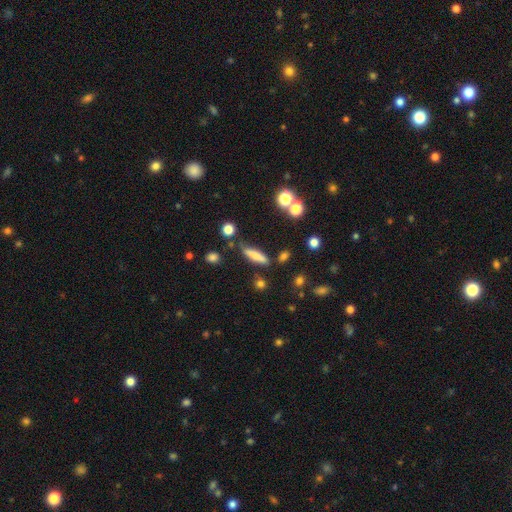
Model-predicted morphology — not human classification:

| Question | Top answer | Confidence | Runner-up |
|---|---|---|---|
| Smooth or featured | smooth | 68% | featured or disk (23%) |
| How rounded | cigar-shaped | 75% | in between (22%) |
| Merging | none | 74% | minor disturbance (16%) |